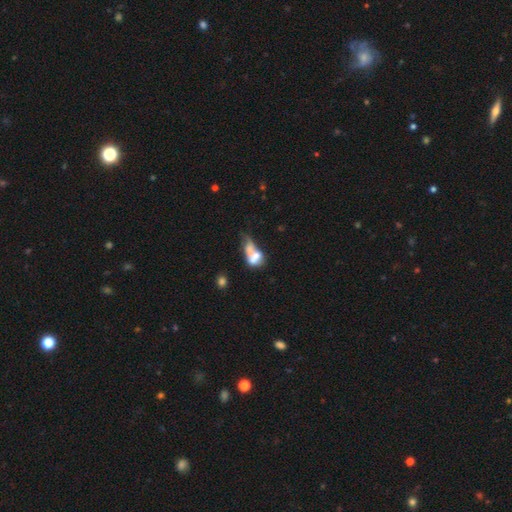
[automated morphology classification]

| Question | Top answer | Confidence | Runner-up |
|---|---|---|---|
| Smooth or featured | smooth | 56% | featured or disk (34%) |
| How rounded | in between | 69% | round (21%) |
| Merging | merger | 53% | major disturbance (20%) |